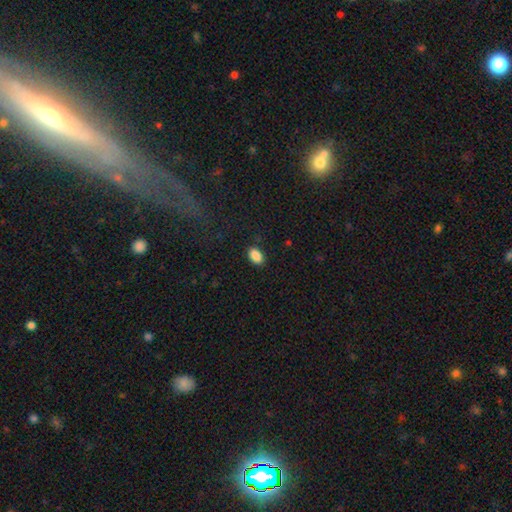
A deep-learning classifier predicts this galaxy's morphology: smooth 89%, star or artifact 8%, featured or disk 3%. Down the decision tree: how rounded — in between (91%); merging — none (87%).